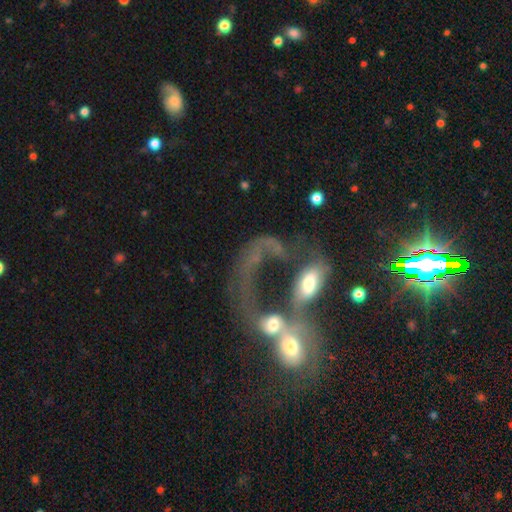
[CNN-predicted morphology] Smooth or featured? featured or disk (53%)
Edge-on disk? no (93%)
Merging? merger (70%)